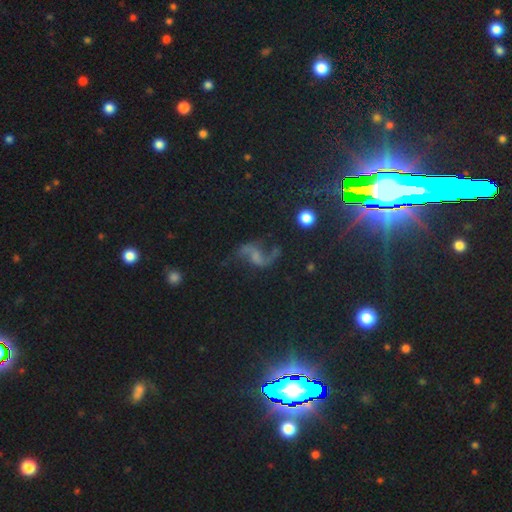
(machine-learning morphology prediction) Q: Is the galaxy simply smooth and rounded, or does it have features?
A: featured or disk — 68%.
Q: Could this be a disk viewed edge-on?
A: no — 96%.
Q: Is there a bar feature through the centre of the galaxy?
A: no — 47%.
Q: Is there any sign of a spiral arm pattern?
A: yes — 92%.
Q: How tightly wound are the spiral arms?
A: loose — 85%.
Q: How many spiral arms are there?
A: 2 — 91%.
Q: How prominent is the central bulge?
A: none — 41%.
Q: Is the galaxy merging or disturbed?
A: none — 64%.